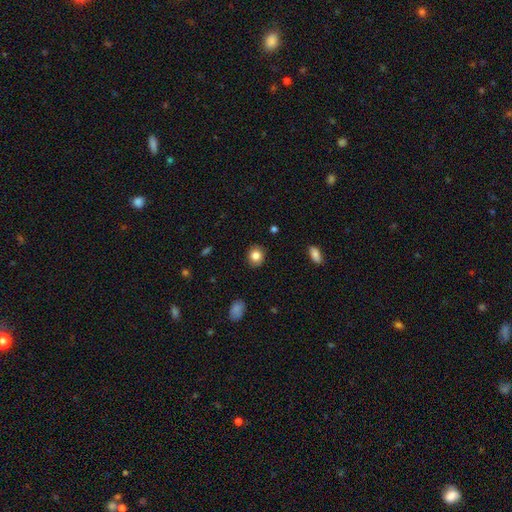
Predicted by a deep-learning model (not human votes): A smooth galaxy with no disk features (84%) that is round (72%).

Vote fractions:
- Smooth or featured? smooth: 84% / star or artifact: 9% / featured or disk: 7%
- How rounded? round: 72% / in between: 27% / cigar-shaped: 1%
- Merging? none: 89% / minor disturbance: 8% / major disturbance: 2% / merger: 1%